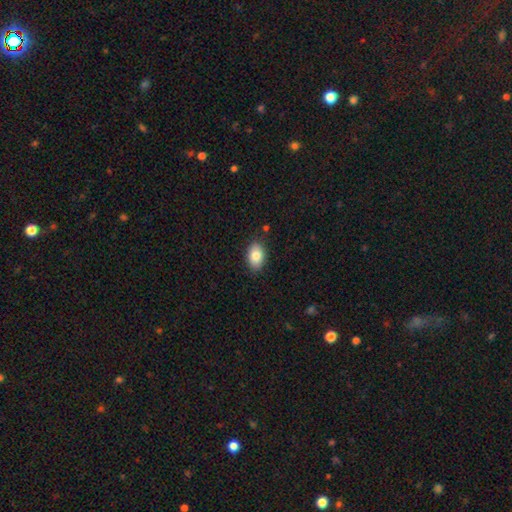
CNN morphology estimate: Smooth or featured? Predicted: smooth (p=0.84). How rounded? Predicted: in between (p=0.89). Merging? Predicted: none (p=0.86).